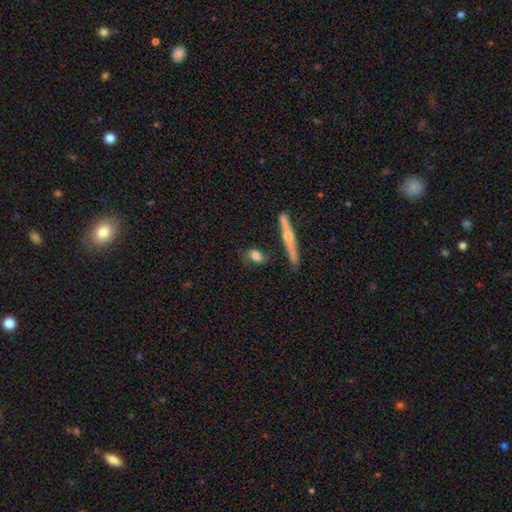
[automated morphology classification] This appears to be a smooth galaxy with no disk features (64%) that is in between round and cigar-shaped (67%). Merging: none (69%).